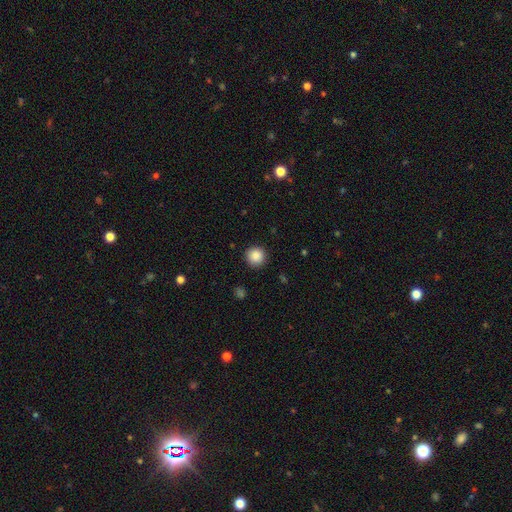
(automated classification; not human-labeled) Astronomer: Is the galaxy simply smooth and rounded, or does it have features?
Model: smooth — 88%.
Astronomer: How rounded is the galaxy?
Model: round — 95%.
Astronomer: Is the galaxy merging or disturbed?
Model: none — 91%.